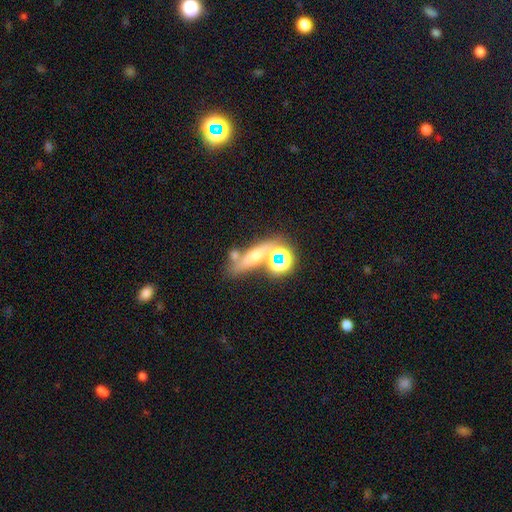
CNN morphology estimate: A smooth galaxy with no disk features (40%). Merging: none (56%).